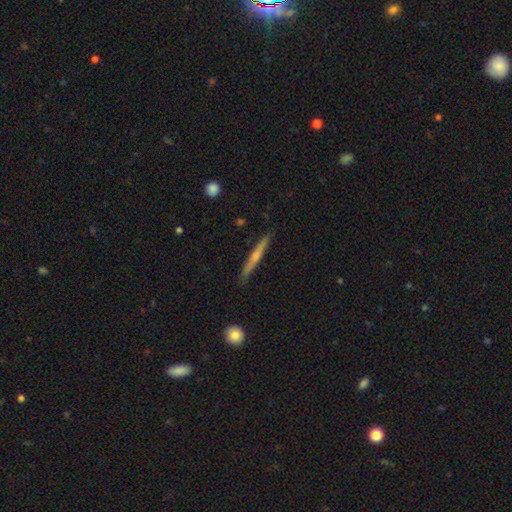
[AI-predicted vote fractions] featured or disk 50%, smooth 44%, star or artifact 6%. Down the decision tree: edge-on disk — yes (97%); merging — none (87%).